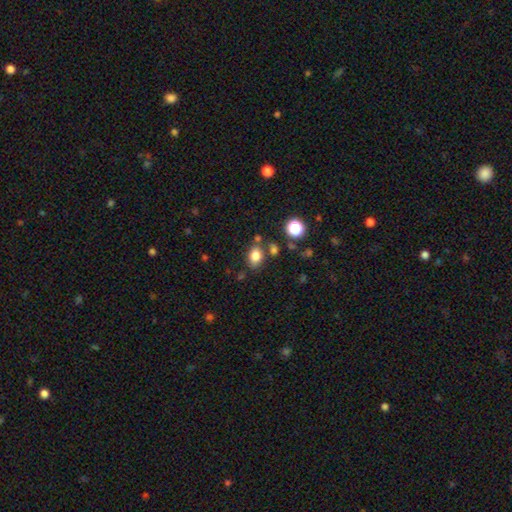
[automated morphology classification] smooth 81%, star or artifact 12%, featured or disk 7%. Down the decision tree: how rounded — in between (67%); merging — none (74%).